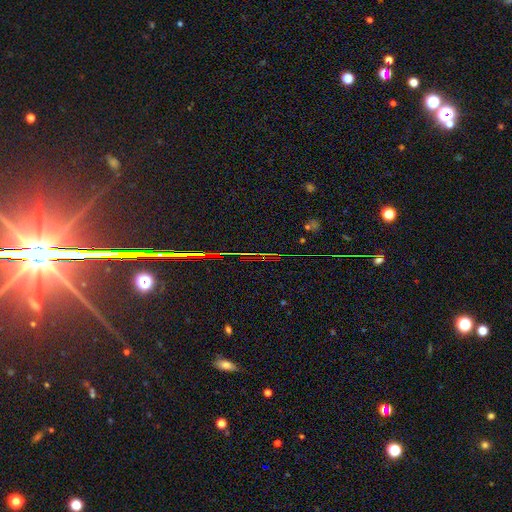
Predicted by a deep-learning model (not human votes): Smooth or featured: star or artifact — 79% (smooth — 11%)